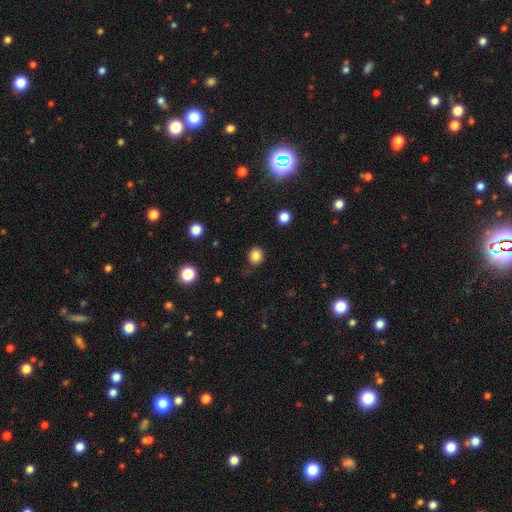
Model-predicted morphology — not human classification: A smooth galaxy with no disk features (84%) that is round (82%). Merging: none (82%).